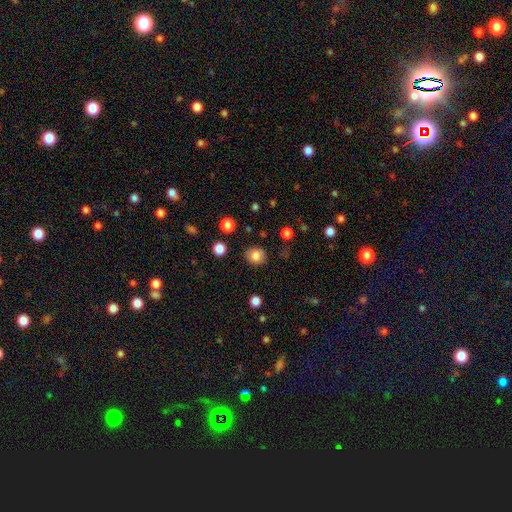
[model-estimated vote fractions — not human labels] smooth-or-featured: smooth: 83% | star or artifact: 11% | featured or disk: 6%
  how-rounded: round: 81% | in between: 18% | cigar-shaped: 1%
  merging: none: 85% | minor disturbance: 10% | major disturbance: 3% | merger: 2%